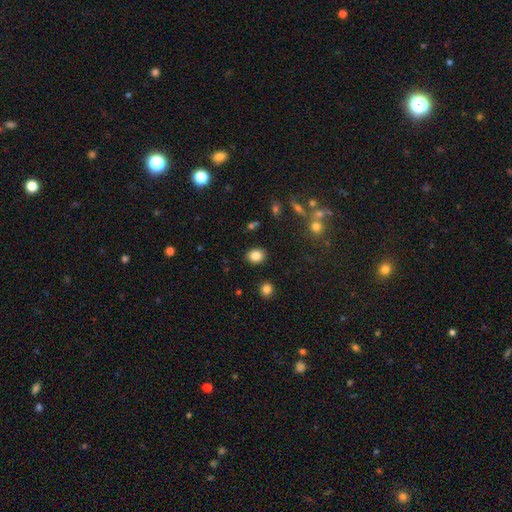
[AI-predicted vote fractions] This appears to be a smooth galaxy with no disk features (84%) that is round (55%). Merging: none (88%).